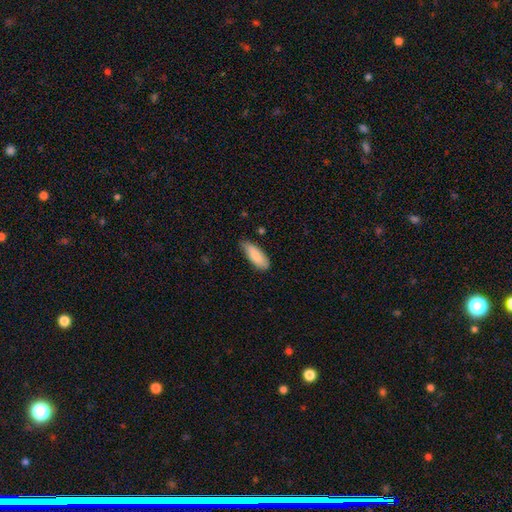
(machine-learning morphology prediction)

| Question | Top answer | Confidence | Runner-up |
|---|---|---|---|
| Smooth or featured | smooth | 87% | featured or disk (7%) |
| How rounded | in between | 72% | cigar-shaped (26%) |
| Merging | none | 75% | minor disturbance (21%) |